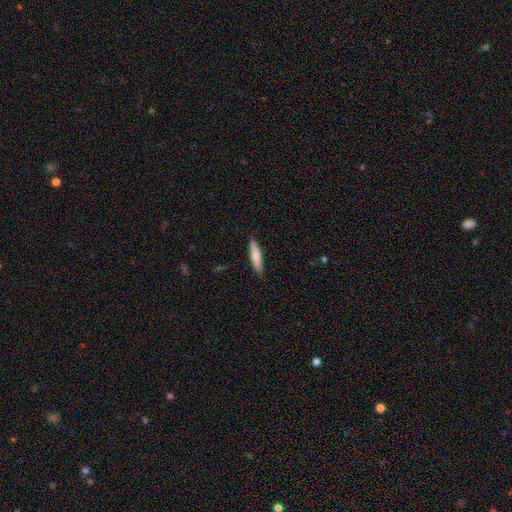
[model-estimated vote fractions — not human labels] This is likely a smooth galaxy (75%). How rounded: likely cigar-shaped (79%). Merging: clearly none (86%).